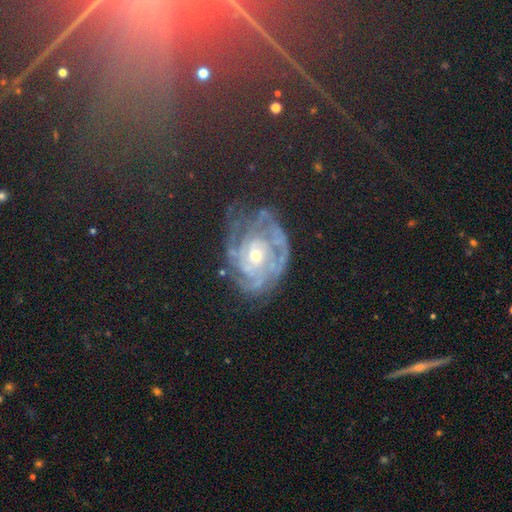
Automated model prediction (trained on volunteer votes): Smooth or featured? Predicted: featured or disk (p=0.52). Edge-on disk? Predicted: no (p=0.94). Merging? Predicted: none (p=0.69).